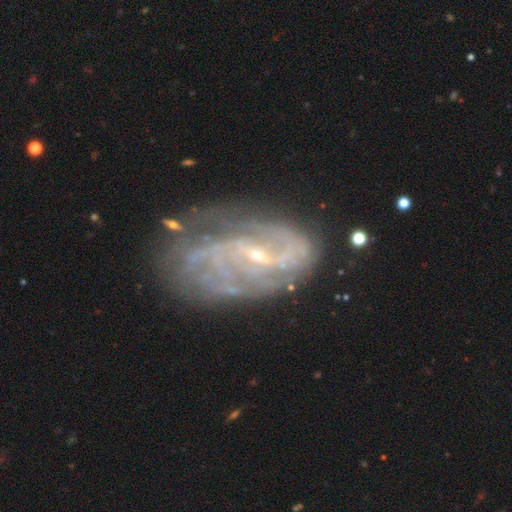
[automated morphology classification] Smooth or featured? featured or disk (85%)
Edge-on disk? no (96%)
Bar? weak (48%)
Spiral arms? yes (91%)
Spiral winding? medium (40%)
Spiral arm count? 2 (40%)
Bulge size? small (78%)
Merging? none (58%)